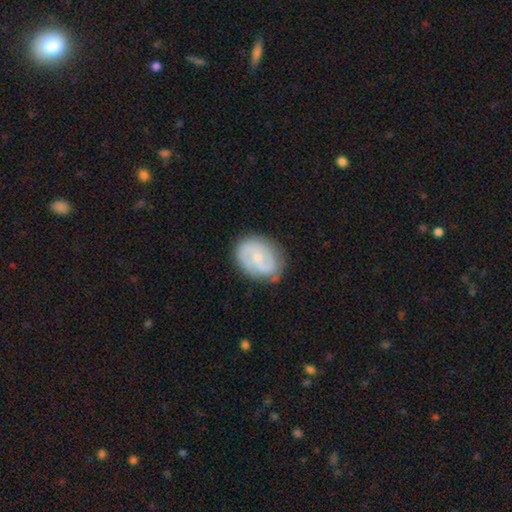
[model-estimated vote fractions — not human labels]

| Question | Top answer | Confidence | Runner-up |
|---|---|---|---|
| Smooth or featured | featured or disk | 67% | smooth (27%) |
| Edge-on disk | no | 98% | yes (2%) |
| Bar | no | 48% | weak (43%) |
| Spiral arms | yes | 87% | no (13%) |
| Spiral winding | medium | 44% | tight (37%) |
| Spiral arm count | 2 | 73% | can't tell (15%) |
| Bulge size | small | 63% | moderate (26%) |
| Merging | none | 74% | minor disturbance (18%) |